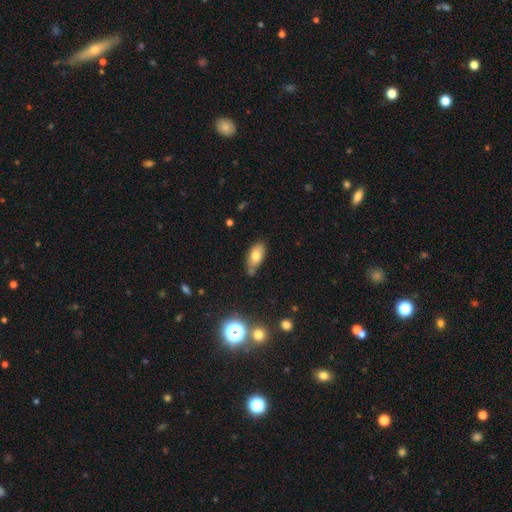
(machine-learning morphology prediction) A smooth galaxy with no disk features (74%) that is in between round and cigar-shaped (90%). Merging: none (65%).